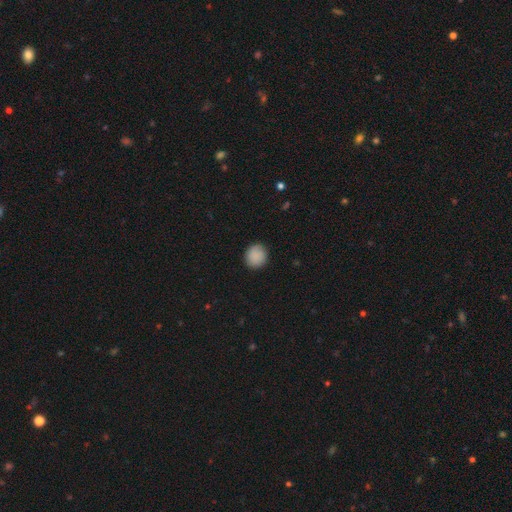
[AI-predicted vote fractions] smooth-or-featured: smooth: 89% | star or artifact: 8% | featured or disk: 3%
  how-rounded: round: 85% | in between: 15% | cigar-shaped: 1%
  merging: none: 89% | minor disturbance: 8% | major disturbance: 2% | merger: 1%